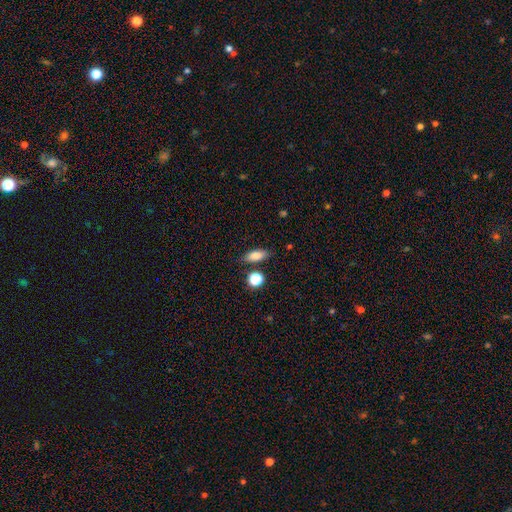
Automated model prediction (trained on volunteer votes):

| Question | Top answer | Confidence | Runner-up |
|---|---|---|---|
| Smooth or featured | smooth | 82% | star or artifact (10%) |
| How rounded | in between | 75% | cigar-shaped (18%) |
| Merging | none | 80% | minor disturbance (11%) |